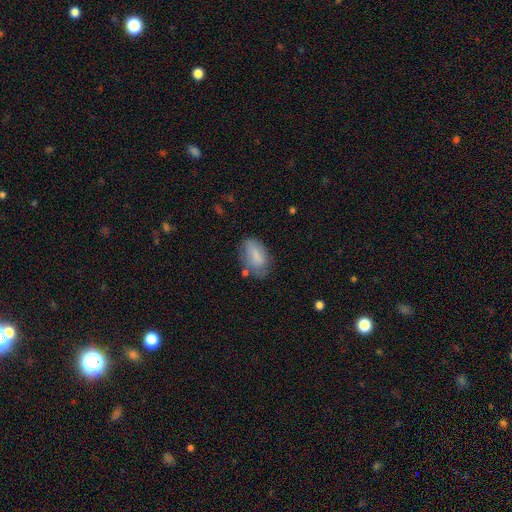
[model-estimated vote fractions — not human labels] The model was most divided on "merging": none: 58%, minor disturbance: 27%, major disturbance: 9%, merger: 5%. More confident: how rounded — in between (90%); smooth or featured — smooth (76%).